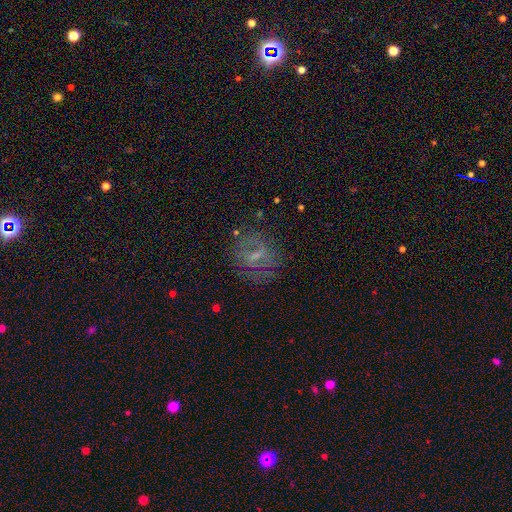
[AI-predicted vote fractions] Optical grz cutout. It shows a featured or disk galaxy (52%). Merging: none (71%).